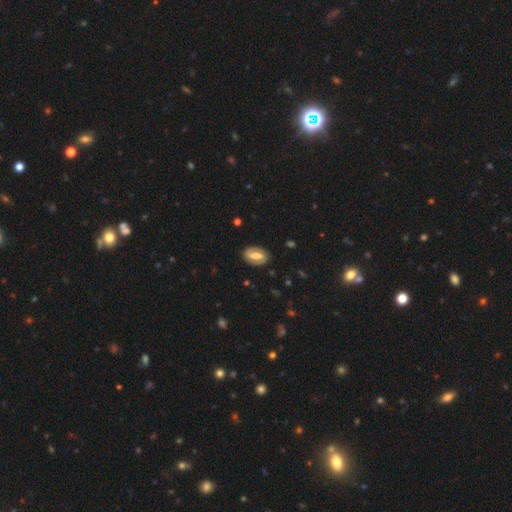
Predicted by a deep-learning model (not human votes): Morphology: type=featured or disk (54%); edge-on=no (93%); bar=strong (54%); spiral arms=yes (72%); bulge=moderate (35%); merging=none (82%).